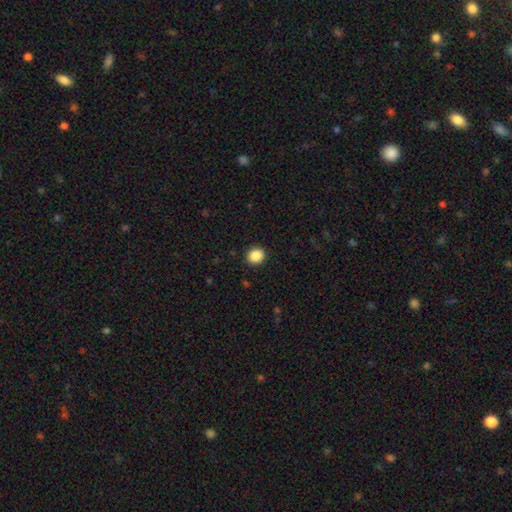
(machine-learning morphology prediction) This appears to be a smooth galaxy with no disk features (87%) that is round (85%). Merging: none (92%).